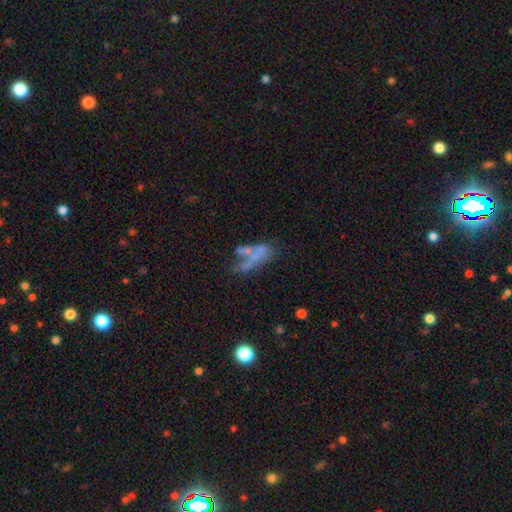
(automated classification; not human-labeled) Smooth or featured? Predicted: featured or disk (p=0.48). Merging? Predicted: major disturbance (p=0.30, tied with merger).